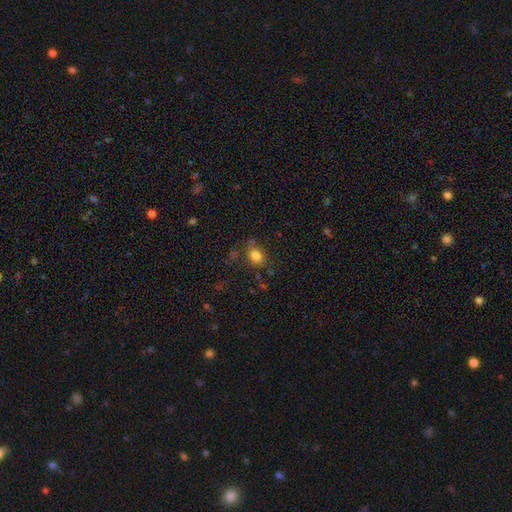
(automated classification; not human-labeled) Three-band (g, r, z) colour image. It shows a smooth galaxy with no disk features (80%) that is in between round and cigar-shaped (62%). Merging: none (71%).